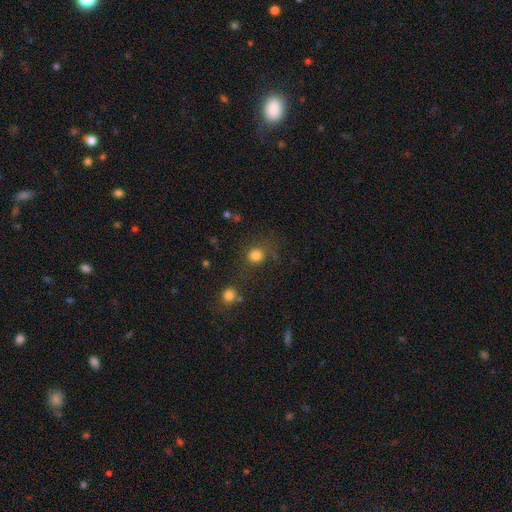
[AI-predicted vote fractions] This is clearly a smooth galaxy (81%). How rounded: clearly round (87%). Merging: likely none (70%).